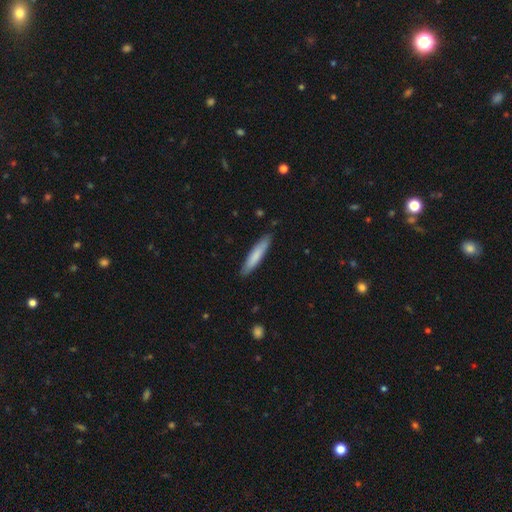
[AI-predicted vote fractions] A smooth galaxy with no disk features (77%) that is cigar-shaped (89%). Merging: none (88%).